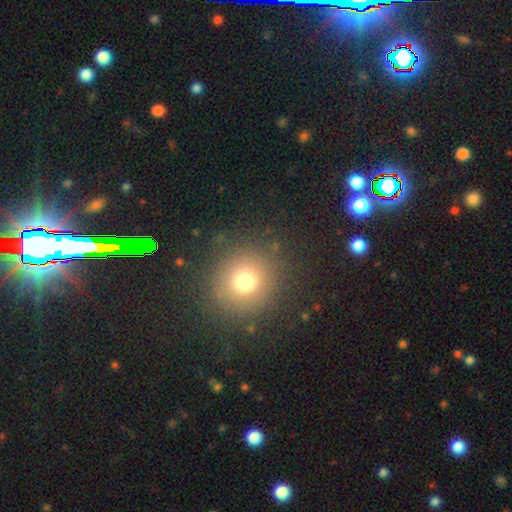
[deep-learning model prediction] Smooth or featured? Predicted: smooth (p=0.51). How rounded? Predicted: round (p=0.89). Merging? Predicted: none (p=0.90).